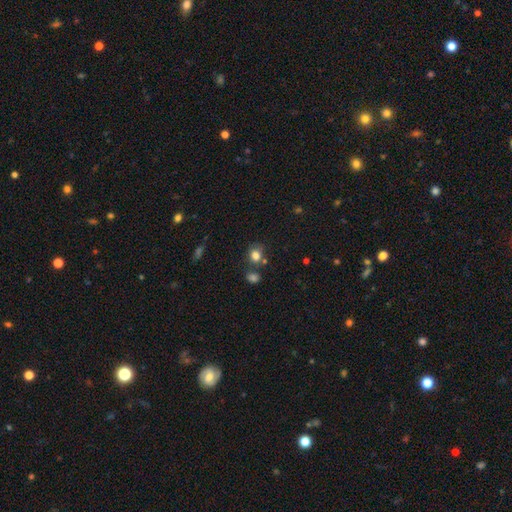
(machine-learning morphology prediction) type=smooth (80%); roundness=round (63%); merging=none (62%).